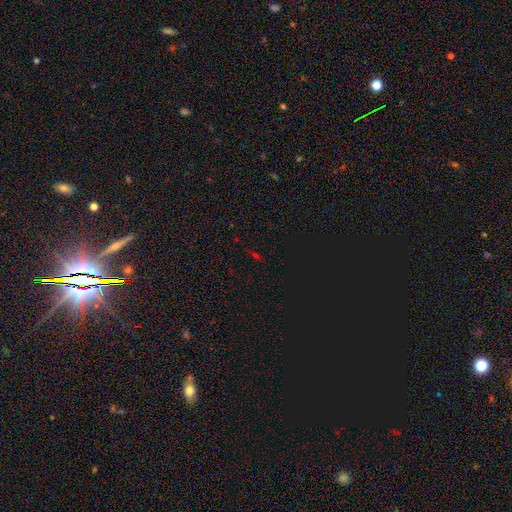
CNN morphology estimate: Smooth or featured? Predicted: star or artifact (p=0.65).